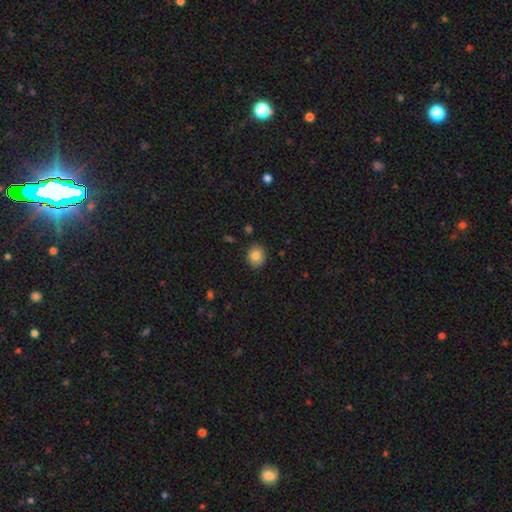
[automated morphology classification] This appears to be a smooth galaxy with no disk features (84%) that is round (69%). Merging: none (88%).